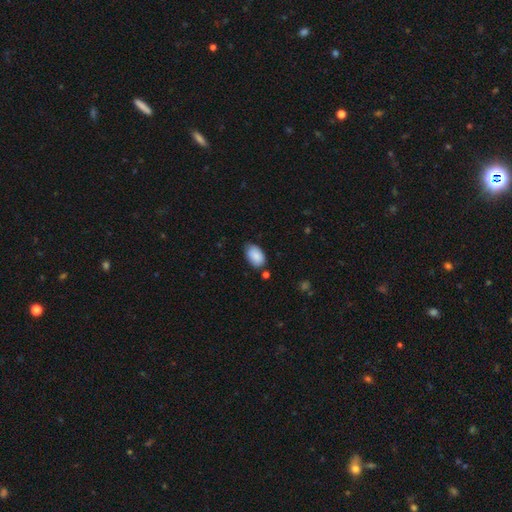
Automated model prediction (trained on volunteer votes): Overall: smooth (88%). How rounded: in between (92%). Merging: none (70%).